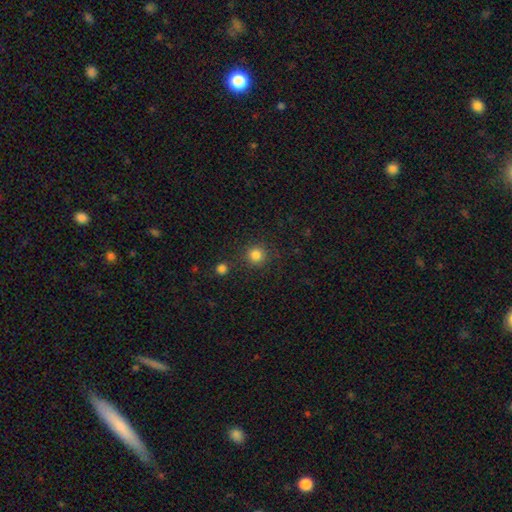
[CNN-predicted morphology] smooth-or-featured: smooth: 83% | star or artifact: 13% | featured or disk: 4%
  how-rounded: round: 93% | in between: 6% | cigar-shaped: 1%
  merging: none: 85% | minor disturbance: 8% | merger: 4% | major disturbance: 3%